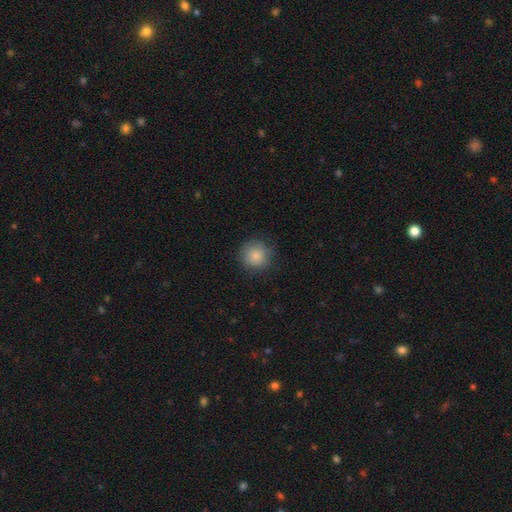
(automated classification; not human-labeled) Morphology: type=smooth (86%); roundness=round (94%); merging=none (86%).